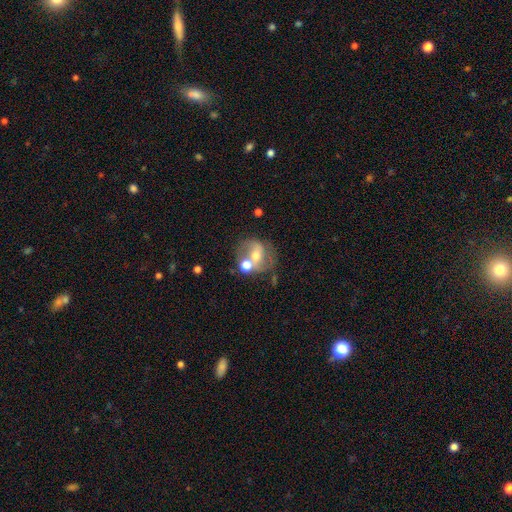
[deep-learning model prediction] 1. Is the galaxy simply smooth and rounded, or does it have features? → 58% featured or disk, 30% smooth, 12% star or artifact.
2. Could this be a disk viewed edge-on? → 97% no, 3% yes.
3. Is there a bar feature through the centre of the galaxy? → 42% no, 37% weak, 20% strong.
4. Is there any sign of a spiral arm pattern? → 70% yes, 30% no.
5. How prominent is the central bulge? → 57% moderate, 30% small, 8% large, 4% none, 2% dominant.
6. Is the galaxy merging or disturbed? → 44% none, 28% merger, 16% minor disturbance, 12% major disturbance.